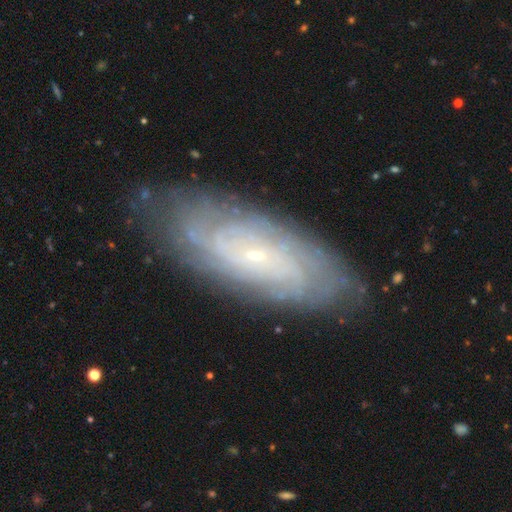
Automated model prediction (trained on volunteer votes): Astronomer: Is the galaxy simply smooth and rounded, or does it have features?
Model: featured or disk — 78%.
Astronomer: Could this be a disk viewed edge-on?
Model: no — 89%.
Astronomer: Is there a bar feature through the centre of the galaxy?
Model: no — 71%.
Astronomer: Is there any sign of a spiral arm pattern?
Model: yes — 93%.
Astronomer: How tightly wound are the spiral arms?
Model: tight — 75%.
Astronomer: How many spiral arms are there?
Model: can't tell — 49%.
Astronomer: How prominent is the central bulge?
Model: small — 86%.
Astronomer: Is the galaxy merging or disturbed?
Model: none — 82%.